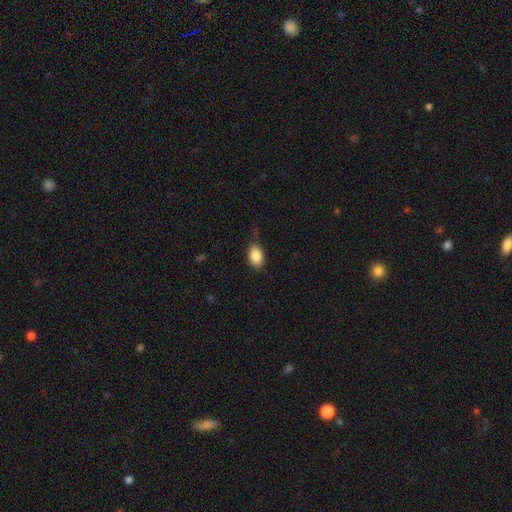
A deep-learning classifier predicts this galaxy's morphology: This is clearly a smooth galaxy (86%). How rounded: clearly in between (87%). Merging: likely none (72%).